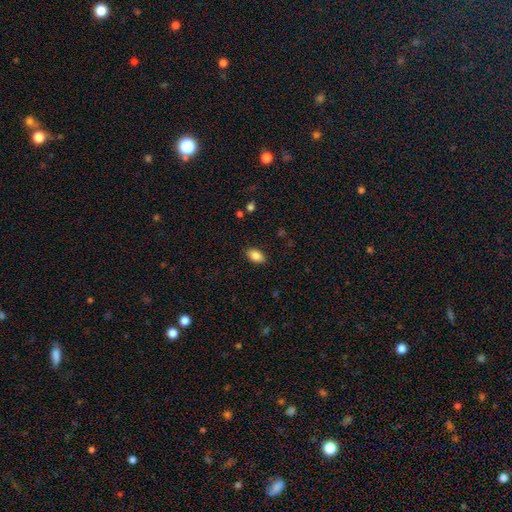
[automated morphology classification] Overall: smooth (86%). How rounded: in between (90%). Merging: none (87%).